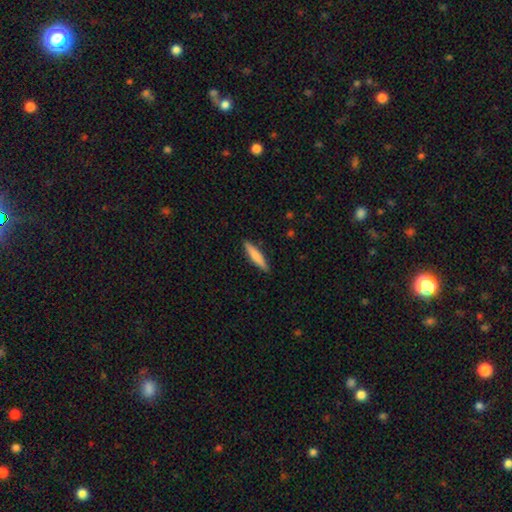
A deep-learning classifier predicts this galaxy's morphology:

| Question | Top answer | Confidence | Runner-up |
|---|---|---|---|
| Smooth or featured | smooth | 71% | featured or disk (24%) |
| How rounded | cigar-shaped | 90% | in between (9%) |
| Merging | none | 90% | minor disturbance (7%) |